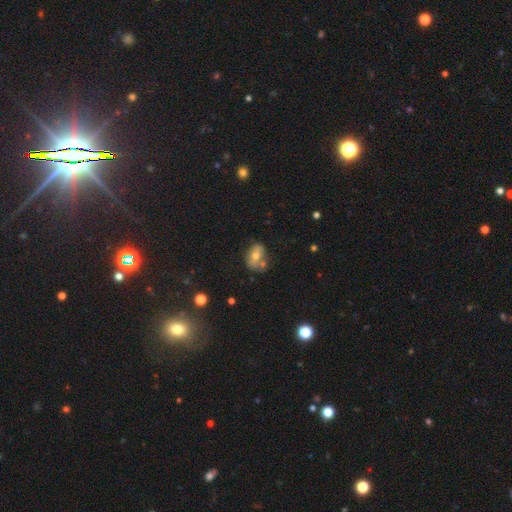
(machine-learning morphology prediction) type=smooth (57%); roundness=in between (70%); merging=none (41%).